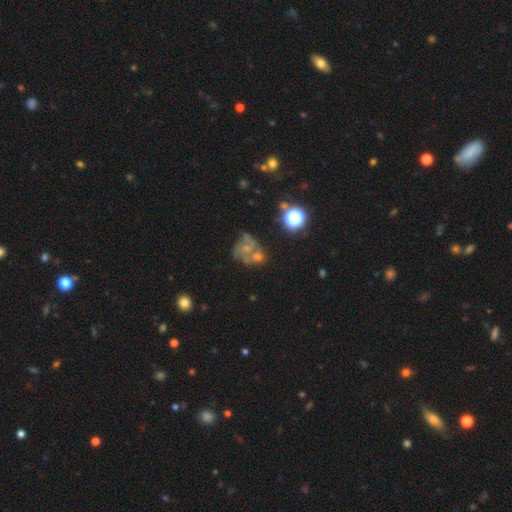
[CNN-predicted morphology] A featured or disk galaxy (44%).

Vote fractions:
- Smooth or featured? featured or disk: 44% / star or artifact: 30% / smooth: 25%
- Merging? none: 45% / merger: 27% / minor disturbance: 14% / major disturbance: 14%